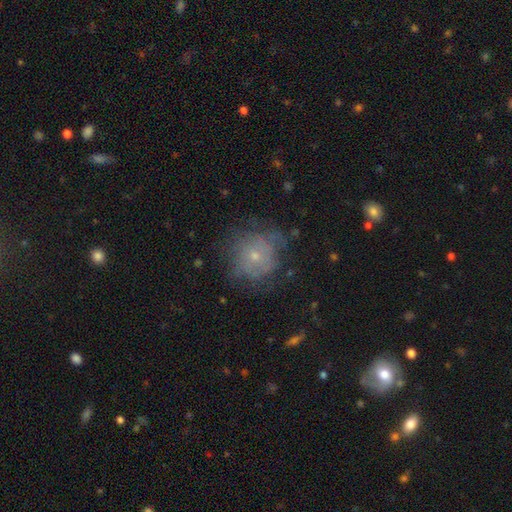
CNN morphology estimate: Smooth or featured? Predicted: smooth (p=0.48). Merging? Predicted: none (p=0.60).